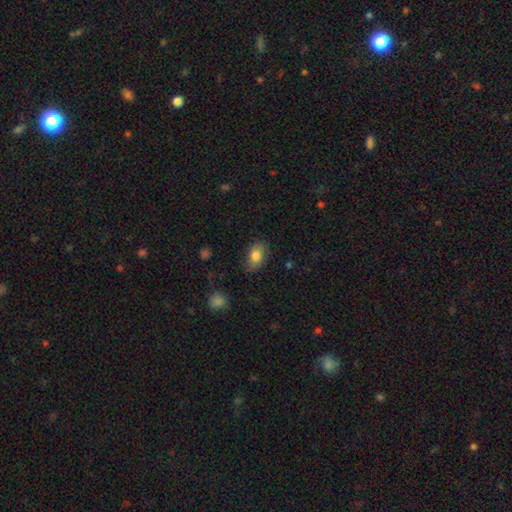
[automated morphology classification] smooth-or-featured: smooth: 80% | featured or disk: 12% | star or artifact: 8%
  how-rounded: in between: 85% | round: 14% | cigar-shaped: 2%
  merging: none: 75% | minor disturbance: 19% | major disturbance: 5% | merger: 1%